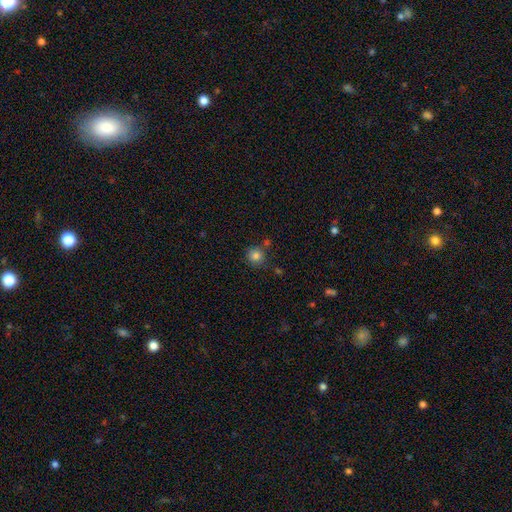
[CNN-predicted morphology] A smooth galaxy with no disk features (82%) that is round (92%).

Vote fractions:
- Smooth or featured? smooth: 82% / star or artifact: 12% / featured or disk: 6%
- How rounded? round: 92% / in between: 7% / cigar-shaped: 1%
- Merging? none: 76% / minor disturbance: 12% / merger: 9% / major disturbance: 3%